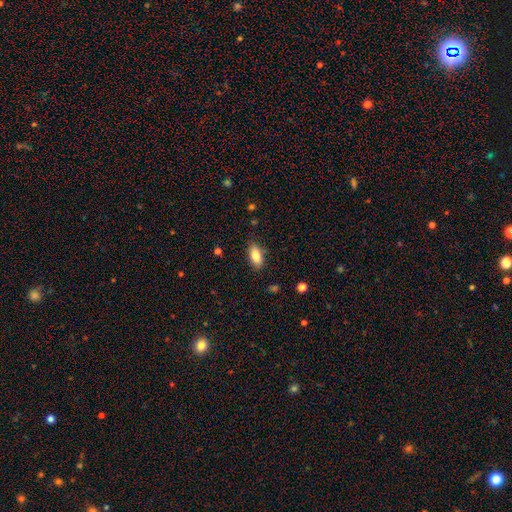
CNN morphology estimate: A smooth galaxy with no disk features (85%) that is in between round and cigar-shaped (88%).

Vote fractions:
- Smooth or featured? smooth: 85% / featured or disk: 8% / star or artifact: 7%
- How rounded? in between: 88% / cigar-shaped: 9% / round: 3%
- Merging? none: 85% / minor disturbance: 11% / major disturbance: 3% / merger: 1%